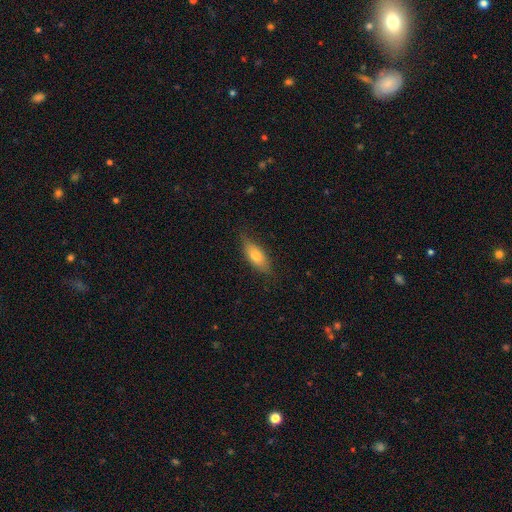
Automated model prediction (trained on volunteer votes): Smooth or featured: smooth — 69% (featured or disk — 24%)
How rounded: in between — 72% (cigar-shaped — 25%)
Merging: none — 75% (minor disturbance — 20%)